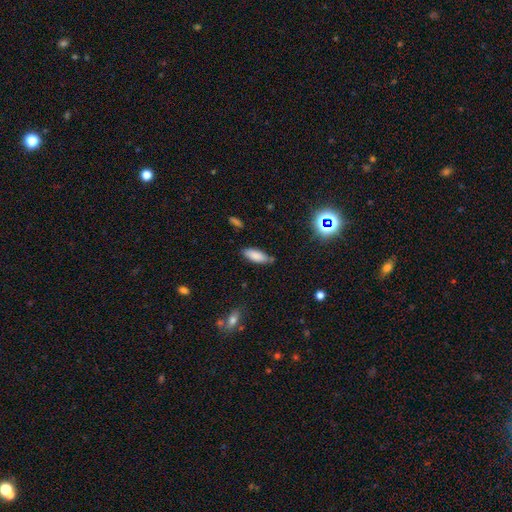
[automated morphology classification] smooth 84%, star or artifact 9%, featured or disk 8%. Down the decision tree: how rounded — in between (74%); merging — none (77%).